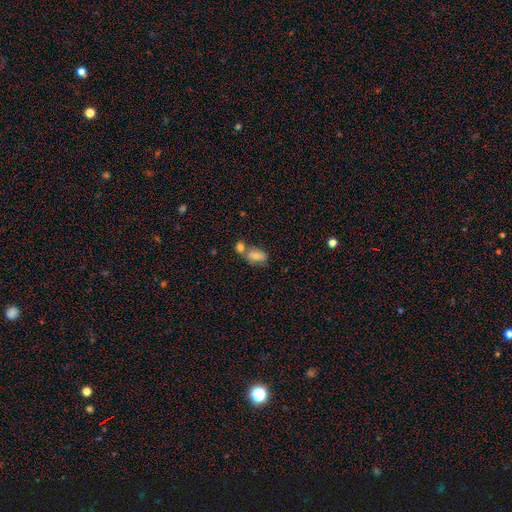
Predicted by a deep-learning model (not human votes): Smooth or featured? smooth (77%)
How rounded? in between (88%)
Merging? merger (42%)